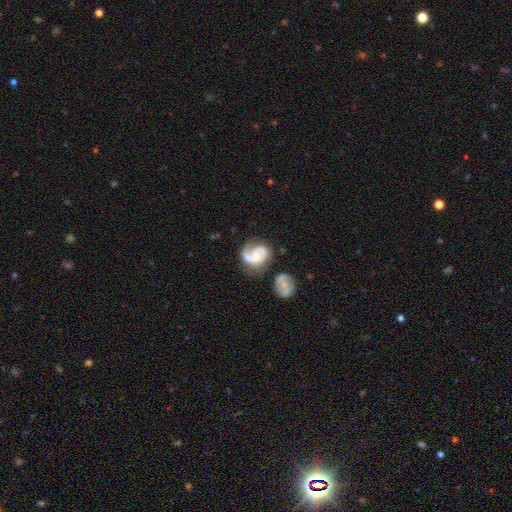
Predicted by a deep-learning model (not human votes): Q: Smooth or featured?
A: featured or disk (79%); runner-up: smooth (15%)
Q: Edge-on disk?
A: no (98%); runner-up: yes (2%)
Q: Bar?
A: no (57%); runner-up: weak (35%)
Q: Spiral arms?
A: yes (94%); runner-up: no (6%)
Q: Spiral winding?
A: medium (47%); runner-up: tight (33%)
Q: Spiral arm count?
A: 2 (61%); runner-up: 1 (30%)
Q: Bulge size?
A: moderate (44%); tied with: small (44%)
Q: Merging?
A: none (55%); runner-up: minor disturbance (22%)